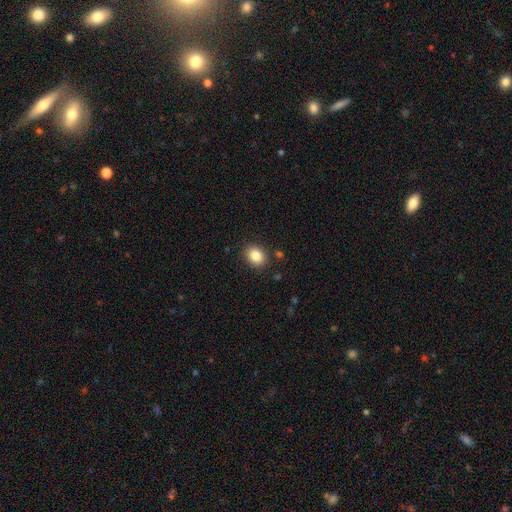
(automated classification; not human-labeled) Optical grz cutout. It shows a smooth galaxy with no disk features (85%) that is round (54%). Merging: none (88%).